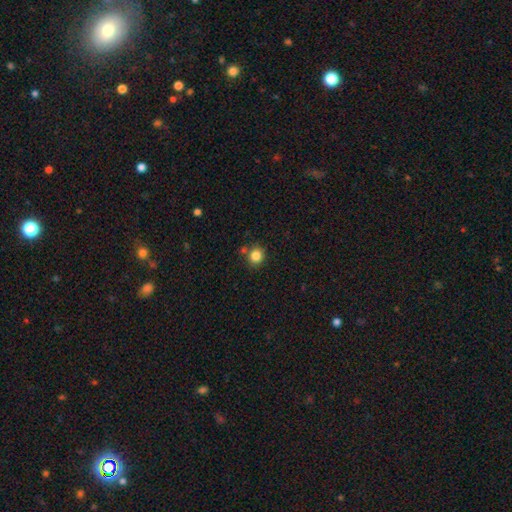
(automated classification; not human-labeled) Q: Smooth or featured?
A: smooth (84%); runner-up: star or artifact (11%)
Q: How rounded?
A: round (84%); runner-up: in between (15%)
Q: Merging?
A: none (77%); runner-up: minor disturbance (12%)